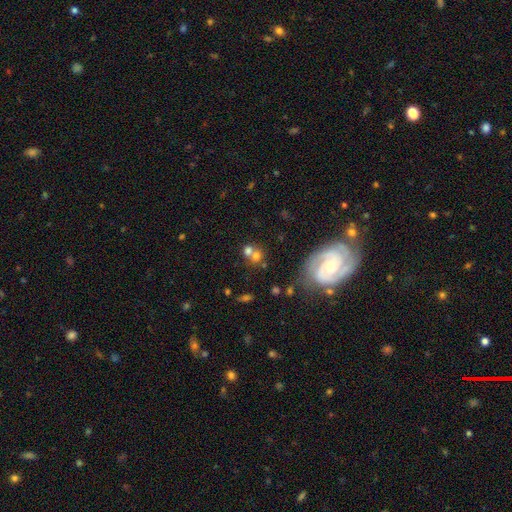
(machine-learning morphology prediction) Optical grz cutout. It shows a smooth galaxy with no disk features (64%) that is round (75%). Merging: merger (47%).